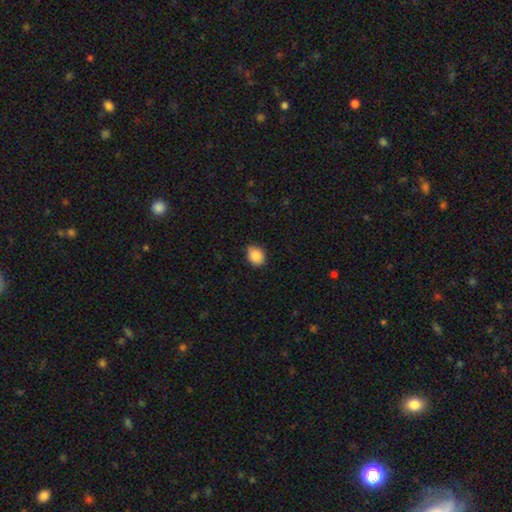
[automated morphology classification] Smooth or featured? Predicted: smooth (p=0.88). How rounded? Predicted: in between (p=0.59). Merging? Predicted: none (p=0.83).